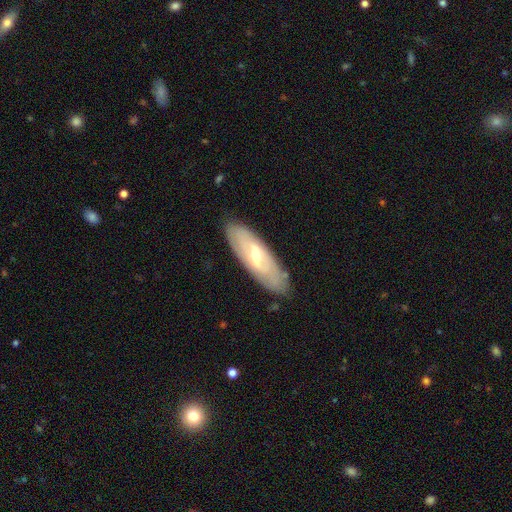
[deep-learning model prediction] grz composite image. It shows a featured or disk galaxy (62%). Merging: none (84%).